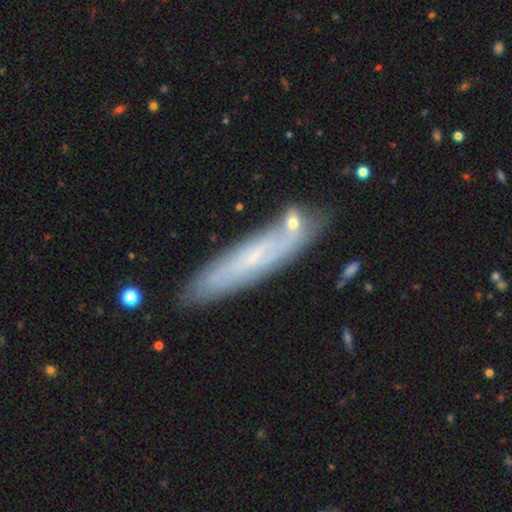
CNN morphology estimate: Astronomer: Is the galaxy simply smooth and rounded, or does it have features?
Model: featured or disk — 53% (runner-up: smooth, 39%).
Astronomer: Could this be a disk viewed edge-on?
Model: yes — 56% (runner-up: no, 44%).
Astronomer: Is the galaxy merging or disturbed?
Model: none — 79%.